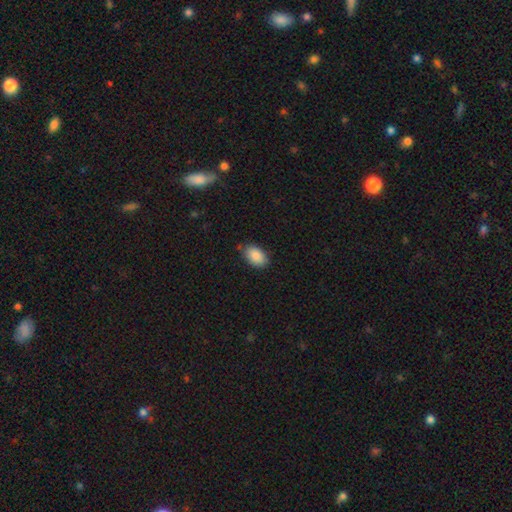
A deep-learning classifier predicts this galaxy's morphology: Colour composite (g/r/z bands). It shows a smooth galaxy with no disk features (88%) that is in between round and cigar-shaped (92%). Merging: none (80%).